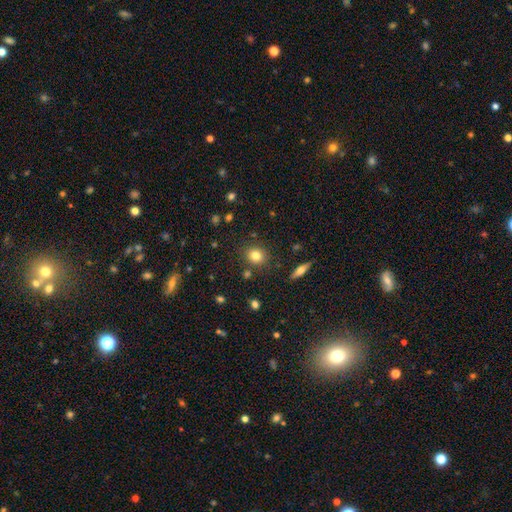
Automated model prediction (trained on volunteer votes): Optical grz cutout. It shows a smooth galaxy with no disk features (79%) that is round (78%). Merging: none (85%).